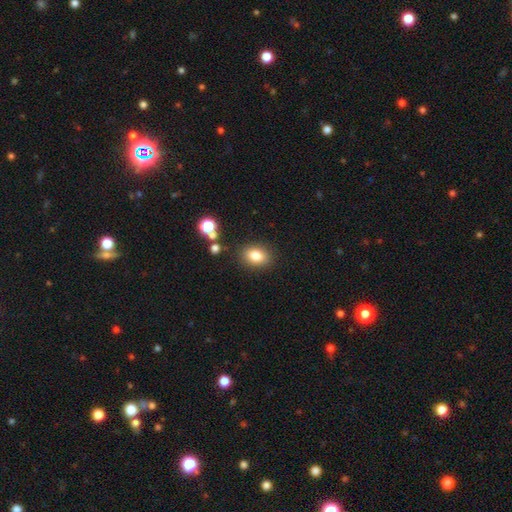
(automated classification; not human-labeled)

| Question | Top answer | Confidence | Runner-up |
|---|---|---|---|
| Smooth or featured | smooth | 81% | star or artifact (11%) |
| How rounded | in between | 68% | round (31%) |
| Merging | none | 85% | minor disturbance (9%) |